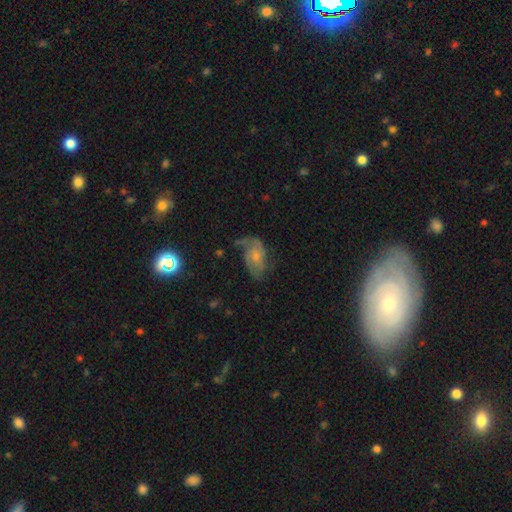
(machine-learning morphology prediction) Smooth or featured: featured or disk — 61% (smooth — 31%)
Edge-on disk: no — 96% (yes — 4%)
Bar: no — 74% (weak — 22%)
Spiral arms: yes — 82% (no — 18%)
Bulge size: small — 59% (moderate — 28%)
Merging: none — 44% (minor disturbance — 29%)